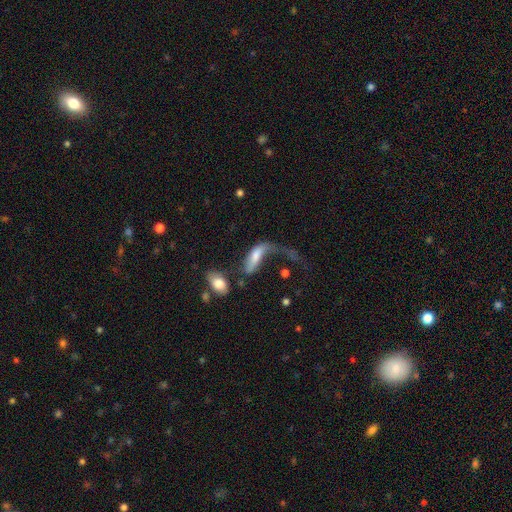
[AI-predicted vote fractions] Q: Smooth or featured?
A: smooth (50%); runner-up: featured or disk (41%)
Q: How rounded?
A: in between (63%); runner-up: cigar-shaped (33%)
Q: Merging?
A: major disturbance (52%); runner-up: merger (19%)